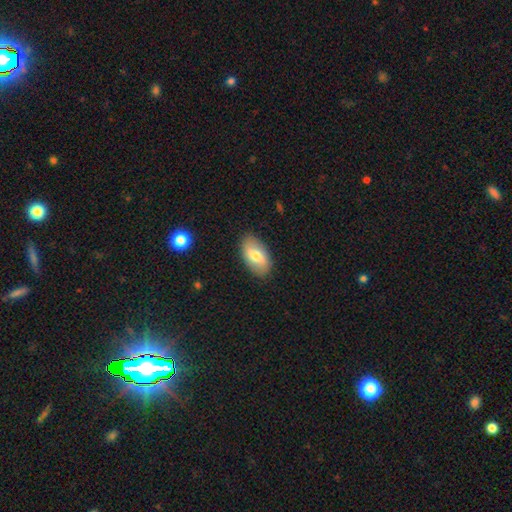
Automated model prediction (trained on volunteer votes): Overall: smooth (66%; featured or disk 28%). How rounded: in between (93%). Merging: none (86%).